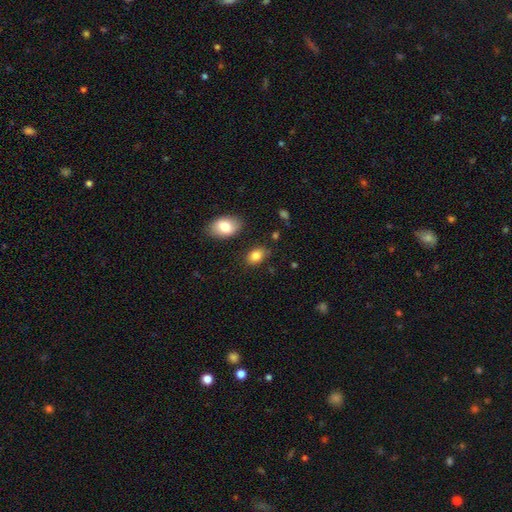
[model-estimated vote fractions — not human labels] Q: Smooth or featured?
A: smooth (84%); runner-up: star or artifact (9%)
Q: How rounded?
A: in between (83%); runner-up: round (16%)
Q: Merging?
A: none (80%); runner-up: minor disturbance (13%)